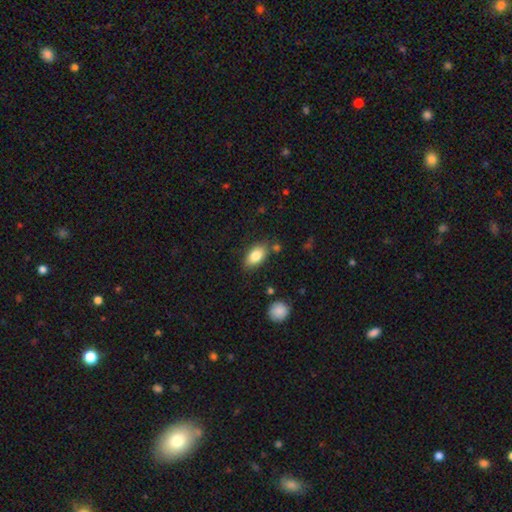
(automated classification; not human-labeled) Q: Smooth or featured?
A: smooth (83%); runner-up: featured or disk (10%)
Q: How rounded?
A: in between (91%); runner-up: round (6%)
Q: Merging?
A: none (78%); runner-up: minor disturbance (15%)